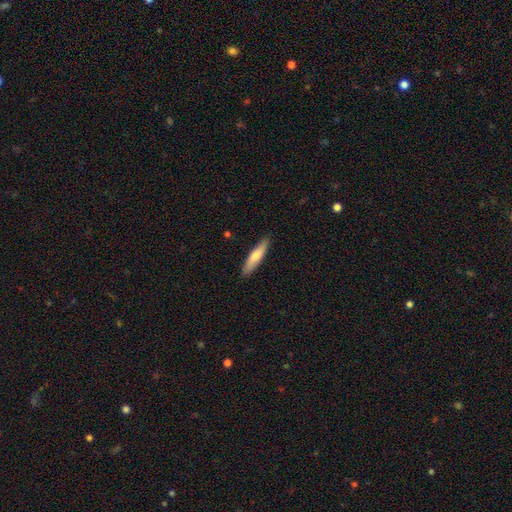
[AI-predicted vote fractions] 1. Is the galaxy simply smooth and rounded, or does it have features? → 70% smooth, 25% featured or disk, 5% star or artifact.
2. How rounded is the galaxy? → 81% cigar-shaped, 18% in between, 1% round.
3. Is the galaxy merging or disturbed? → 88% none, 9% minor disturbance, 2% major disturbance, 1% merger.